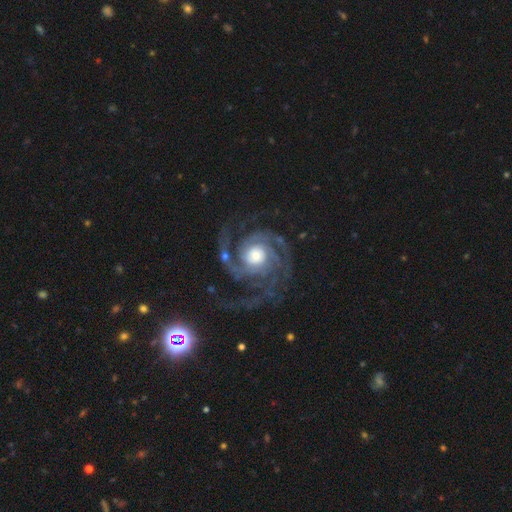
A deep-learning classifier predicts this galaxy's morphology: type=featured or disk (92%); edge-on=no (98%); bar=no (74%); spiral arms=yes (98%); winding=tight (54%); arm count=2 (31%); bulge=moderate (48%); merging=none (66%).